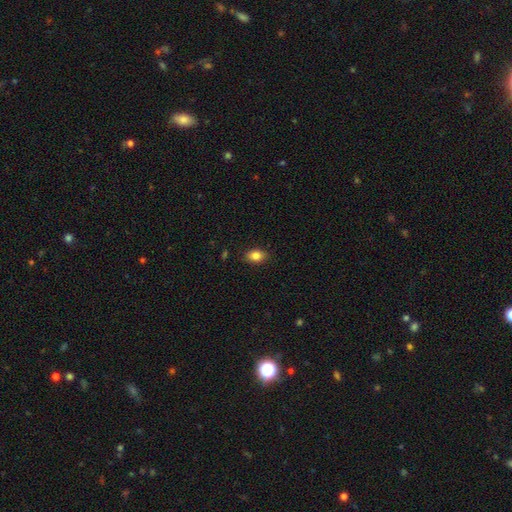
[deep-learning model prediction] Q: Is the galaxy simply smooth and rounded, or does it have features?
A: smooth — 85%.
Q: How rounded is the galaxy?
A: in between — 76%.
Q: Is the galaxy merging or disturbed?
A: none — 87%.